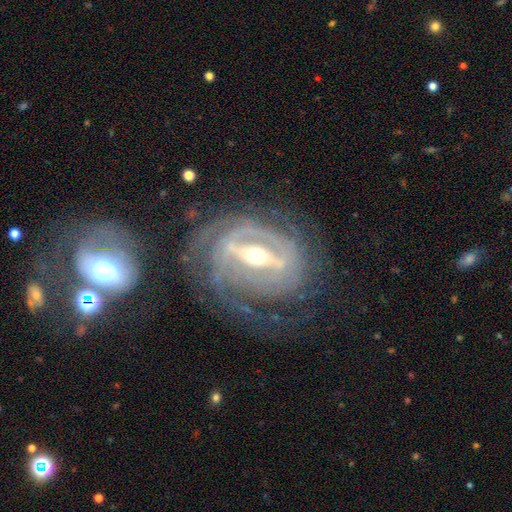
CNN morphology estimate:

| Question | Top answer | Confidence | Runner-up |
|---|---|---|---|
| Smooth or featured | featured or disk | 89% | star or artifact (6%) |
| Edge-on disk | no | 93% | yes (7%) |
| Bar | strong | 72% | weak (21%) |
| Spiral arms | yes | 91% | no (9%) |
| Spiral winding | tight | 61% | medium (29%) |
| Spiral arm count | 2 | 30% | tied: can't tell (30%) |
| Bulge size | moderate | 60% | small (34%) |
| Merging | none | 55% | major disturbance (20%) |